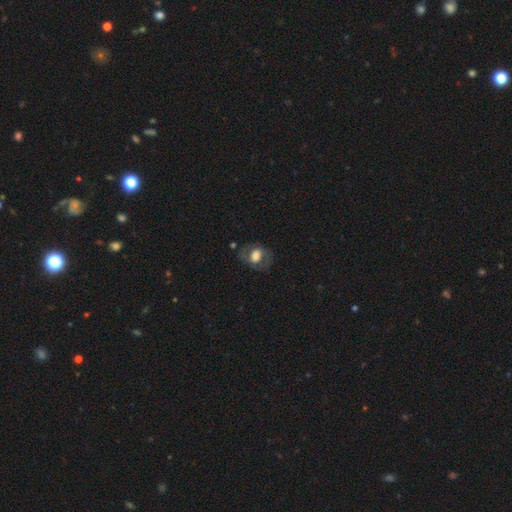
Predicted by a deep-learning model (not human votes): Smooth or featured: smooth — 50% (featured or disk — 42%)
Merging: none — 65% (minor disturbance — 19%)